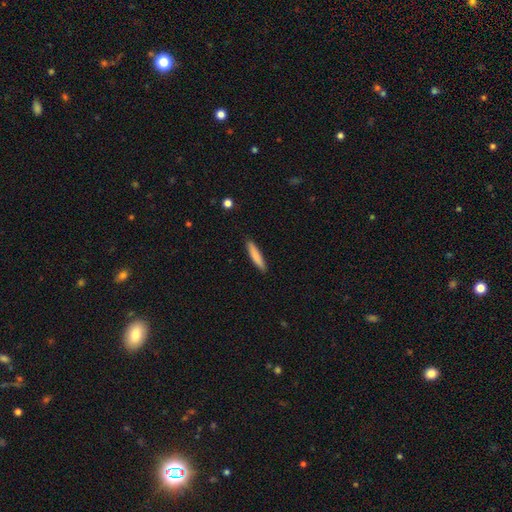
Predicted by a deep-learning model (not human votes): smooth-or-featured: smooth: 82% | featured or disk: 12% | star or artifact: 6%
  how-rounded: cigar-shaped: 90% | in between: 9% | round: 1%
  merging: none: 90% | minor disturbance: 8% | major disturbance: 2% | merger: 1%